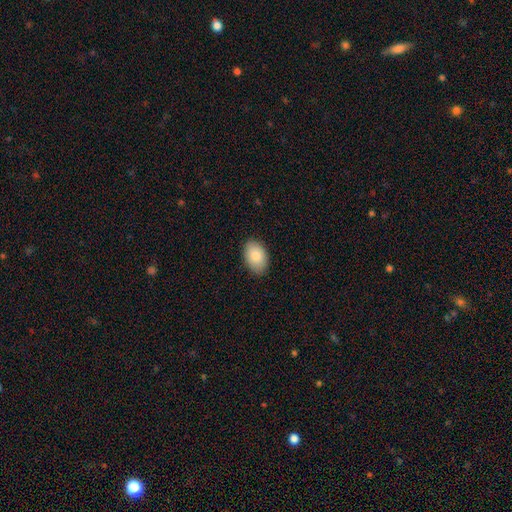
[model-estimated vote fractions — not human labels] smooth_or_featured: smooth (p=0.85) [alt: featured or disk p=0.08]
how_rounded: in between (p=0.89) [alt: round p=0.10]
merging: none (p=0.88) [alt: minor disturbance p=0.10]